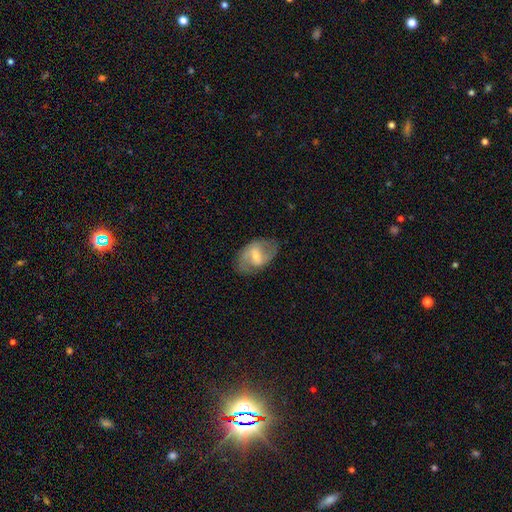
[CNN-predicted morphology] This appears to be a featured or disk galaxy (68%) with a weak bar (50%), 2 (82%) medium (48%) spiral arms (79%) and a small central bulge (49%). Merging: none (75%).